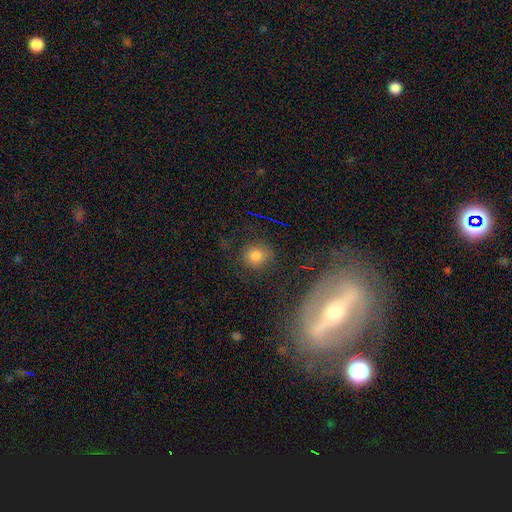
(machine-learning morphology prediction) This appears to be a smooth galaxy with no disk features (75%) that is round (81%). Merging: none (77%).